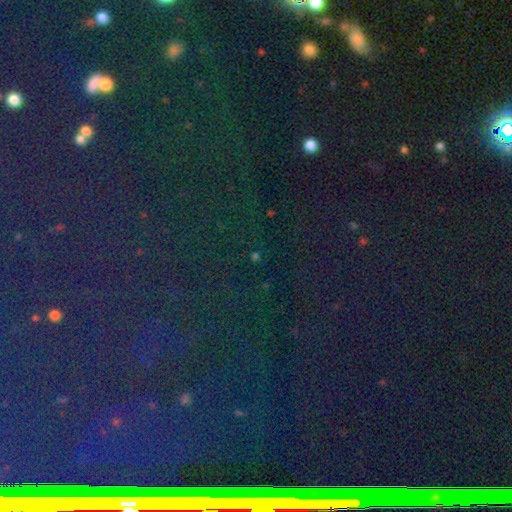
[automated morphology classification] A star or artifact, not a galaxy (80%).

Vote fractions:
- Smooth or featured? star or artifact: 80% / smooth: 12% / featured or disk: 8%